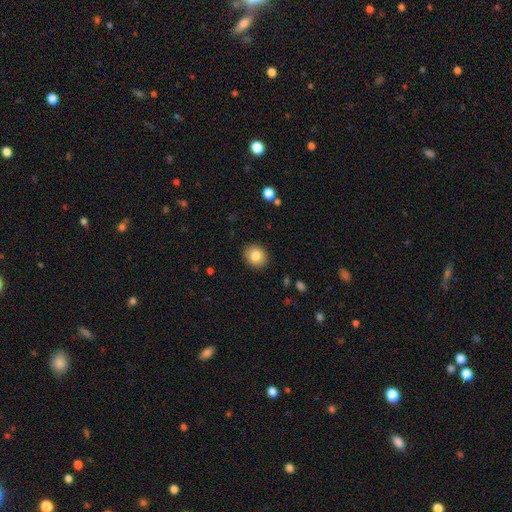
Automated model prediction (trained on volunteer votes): smooth_or_featured: smooth (p=0.83) [alt: star or artifact p=0.09]
how_rounded: round (p=0.75) [alt: in between p=0.24]
merging: none (p=0.90) [alt: minor disturbance p=0.07]